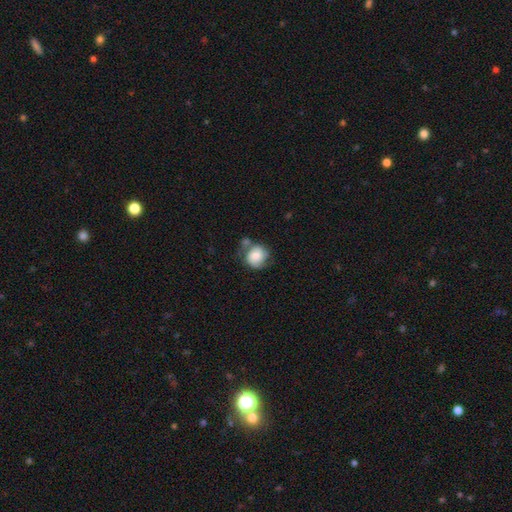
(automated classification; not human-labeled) Morphology: type=smooth (62%); roundness=round (79%); merging=none (43%).